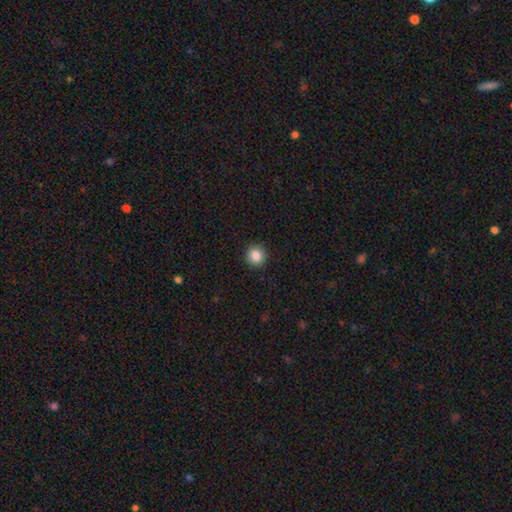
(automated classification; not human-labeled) smooth-or-featured: smooth: 86% | star or artifact: 10% | featured or disk: 5%
  how-rounded: round: 92% | in between: 7% | cigar-shaped: 1%
  merging: none: 92% | minor disturbance: 5% | major disturbance: 2% | merger: 1%